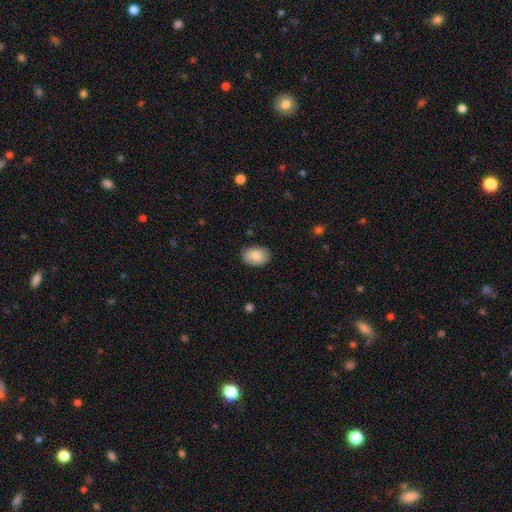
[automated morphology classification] smooth 86%, featured or disk 8%, star or artifact 7%. Down the decision tree: how rounded — in between (83%); merging — none (85%).